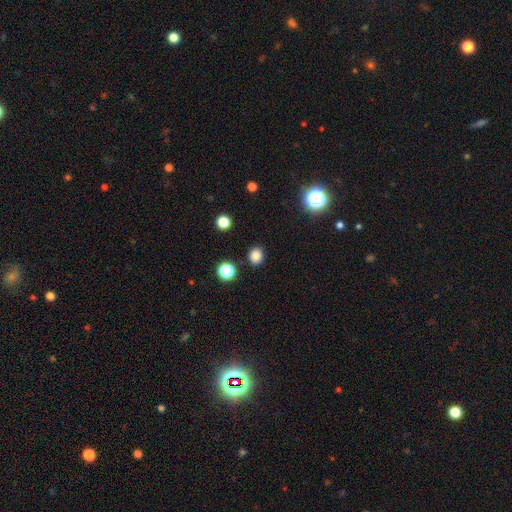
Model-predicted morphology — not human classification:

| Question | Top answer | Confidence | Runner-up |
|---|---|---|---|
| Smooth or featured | smooth | 83% | star or artifact (13%) |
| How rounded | round | 64% | in between (35%) |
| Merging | none | 88% | minor disturbance (7%) |